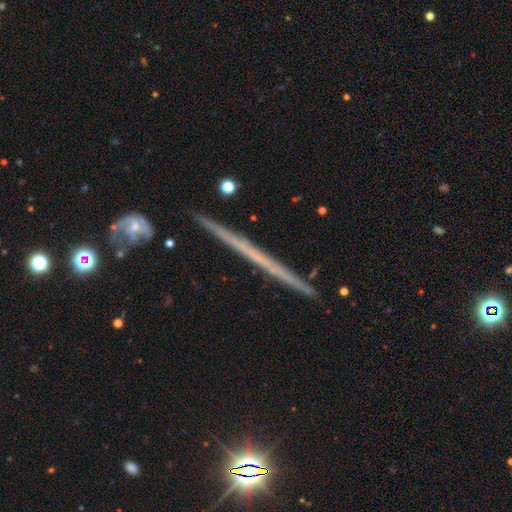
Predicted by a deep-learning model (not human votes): A featured or disk galaxy (64%) viewed edge-on (97%) with no central bulge (89%). Merging: none (90%).